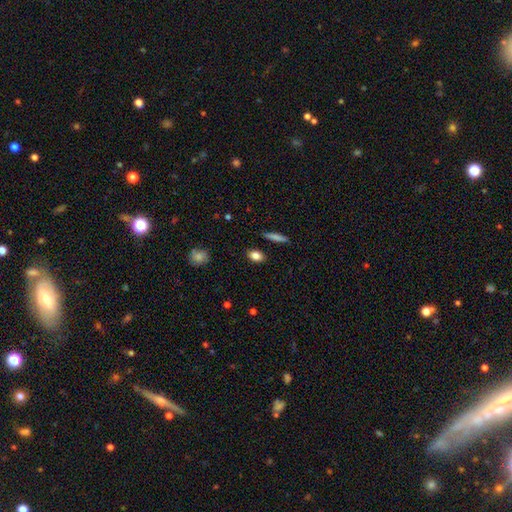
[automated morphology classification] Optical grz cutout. It shows a smooth galaxy with no disk features (83%) that is in between round and cigar-shaped (80%). Merging: none (88%).